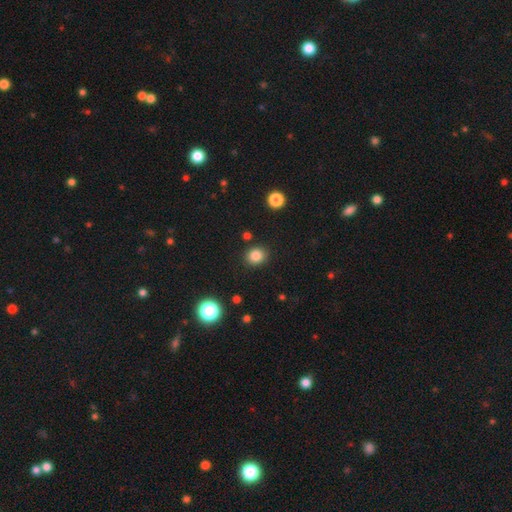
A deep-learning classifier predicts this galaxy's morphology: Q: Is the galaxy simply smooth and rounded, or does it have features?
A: smooth — 84%.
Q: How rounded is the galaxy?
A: round — 79%.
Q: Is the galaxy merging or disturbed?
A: none — 87%.